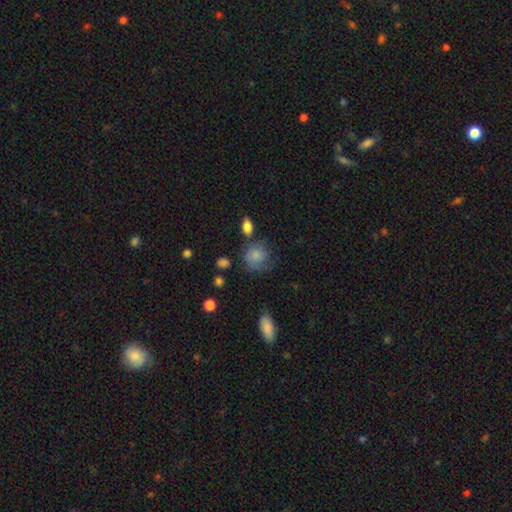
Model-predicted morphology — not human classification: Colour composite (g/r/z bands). It shows a smooth galaxy with no disk features (78%) that is round (74%). Merging: none (52%).